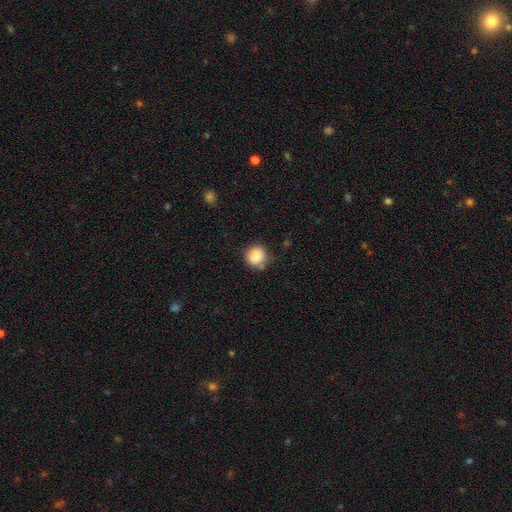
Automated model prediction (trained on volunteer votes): This is clearly a smooth galaxy (85%). How rounded: clearly round (91%). Merging: likely none (79%).